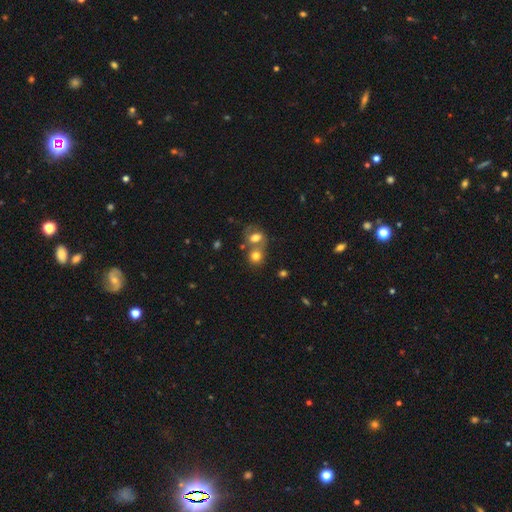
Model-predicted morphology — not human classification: This is likely a smooth galaxy (74%). How rounded: likely round (72%). Merging: possibly merger (52%).